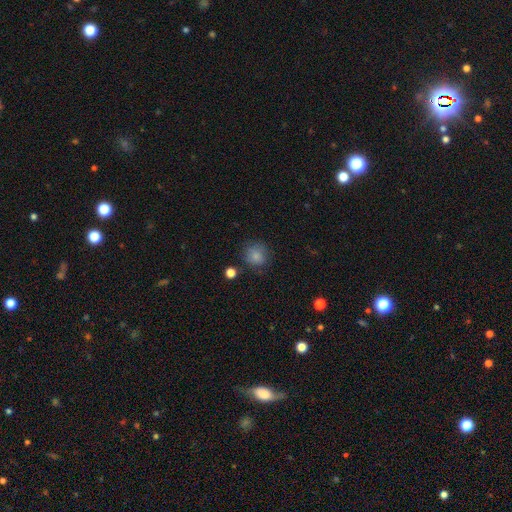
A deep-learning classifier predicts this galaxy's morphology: Smooth or featured: smooth — 82% (star or artifact — 11%)
How rounded: round — 88% (in between — 11%)
Merging: none — 76% (minor disturbance — 16%)